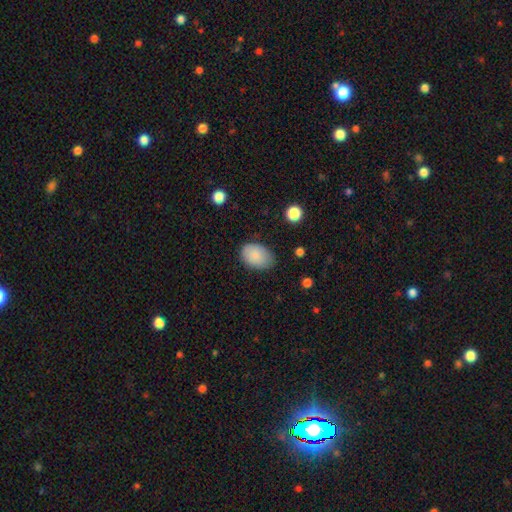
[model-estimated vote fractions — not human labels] smooth_or_featured: smooth (p=0.86) [alt: star or artifact p=0.07]
how_rounded: in between (p=0.84) [alt: round p=0.15]
merging: none (p=0.76) [alt: minor disturbance p=0.19]